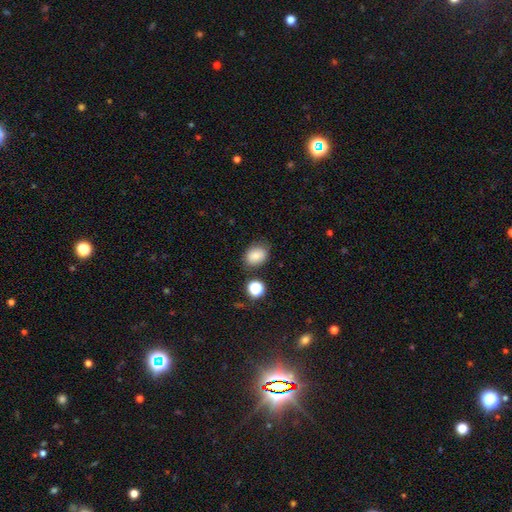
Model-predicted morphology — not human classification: A smooth galaxy with no disk features (83%) that is in between round and cigar-shaped (63%). Merging: none (74%).